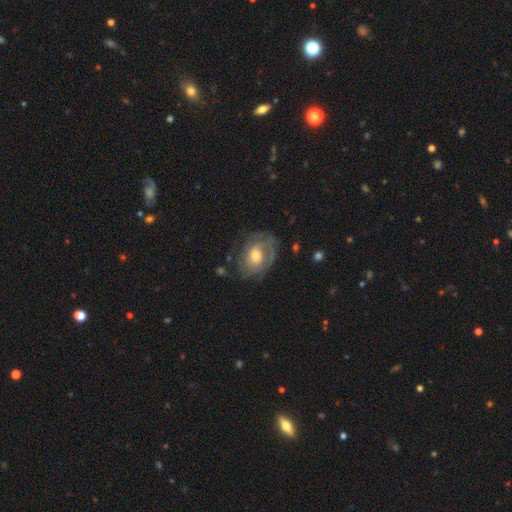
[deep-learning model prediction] This appears to be a featured or disk galaxy (70%) with no bar (66%), tight (51%) spiral arms (81%) and a moderate central bulge (64%). Merging: none (62%).